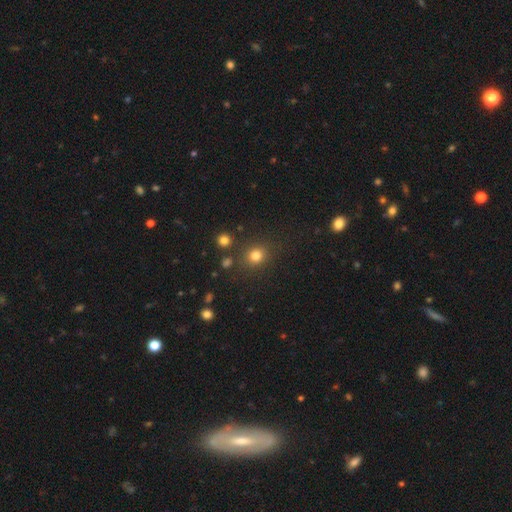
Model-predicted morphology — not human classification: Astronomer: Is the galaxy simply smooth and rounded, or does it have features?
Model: smooth — 79%.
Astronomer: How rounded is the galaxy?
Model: round — 81%.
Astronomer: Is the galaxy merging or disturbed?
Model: none — 82%.